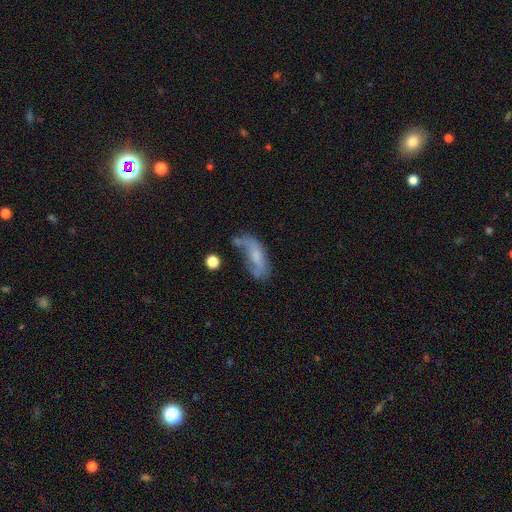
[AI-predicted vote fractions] smooth 52%, featured or disk 38%, star or artifact 10%. Down the decision tree: how rounded — in between (75%); merging — major disturbance (30%).